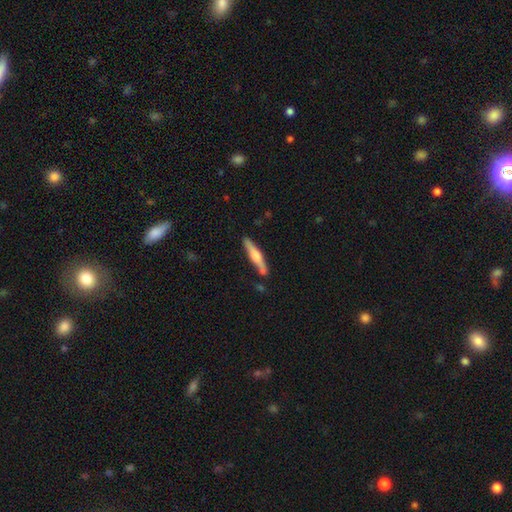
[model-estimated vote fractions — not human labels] This is likely a featured or disk galaxy (61%). It is clearly viewed edge-on (96%). Edge-on bulge: clearly rounded (85%). Merging: clearly none (84%).